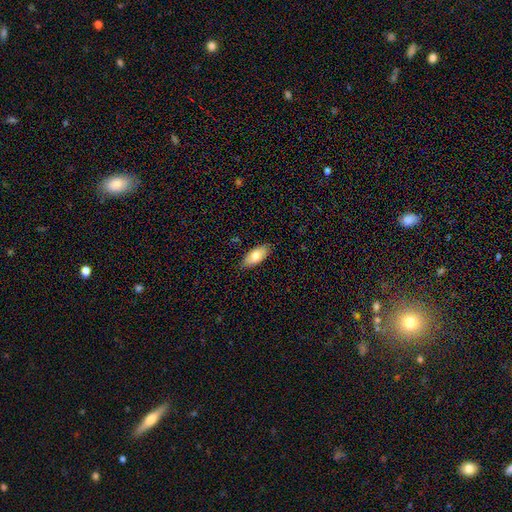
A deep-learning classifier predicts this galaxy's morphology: Smooth or featured? smooth (77%)
How rounded? in between (88%)
Merging? none (86%)